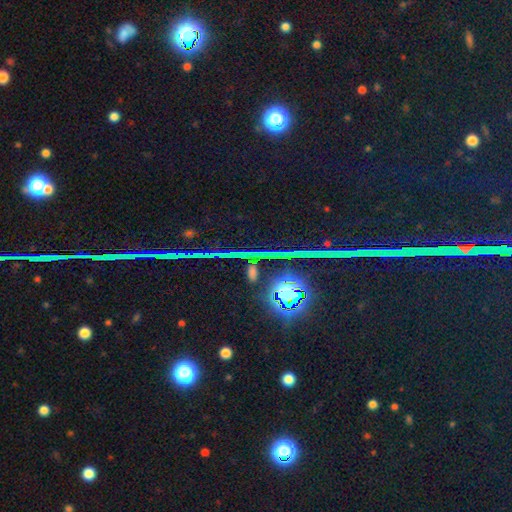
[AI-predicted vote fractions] smooth-or-featured: star or artifact: 84% | smooth: 8% | featured or disk: 8%